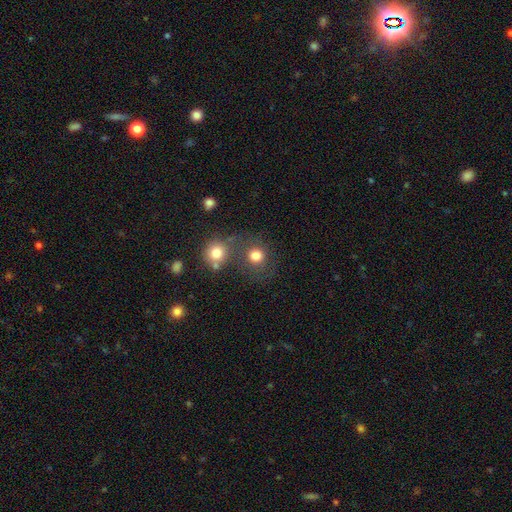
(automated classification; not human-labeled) The model was most divided on "merging": none: 63%, merger: 21%, minor disturbance: 10%, major disturbance: 6%. More confident: how rounded — round (87%); smooth or featured — smooth (78%).